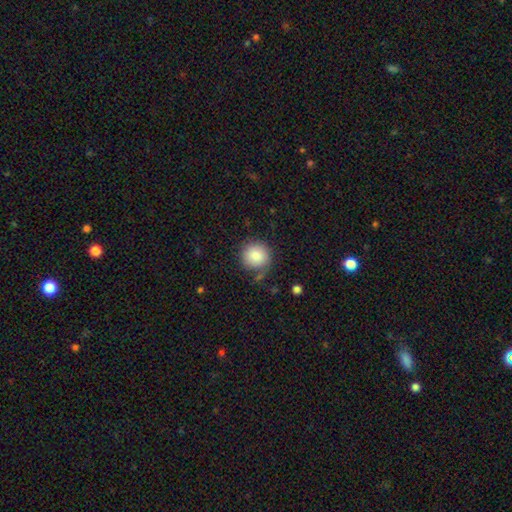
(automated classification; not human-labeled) This appears to be a smooth galaxy with no disk features (85%) that is round (93%). Merging: none (78%).